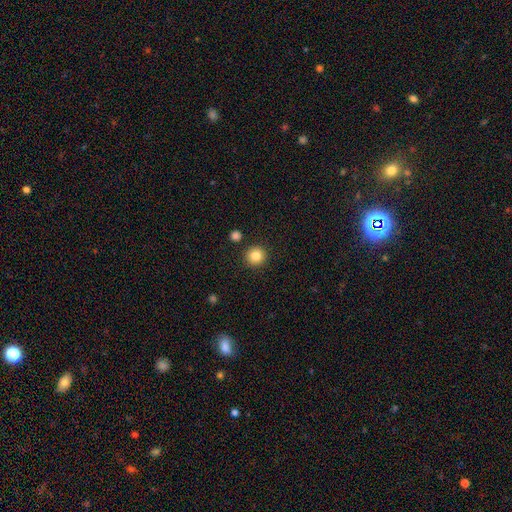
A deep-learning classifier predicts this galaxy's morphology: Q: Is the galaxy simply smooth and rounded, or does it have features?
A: smooth — 84%.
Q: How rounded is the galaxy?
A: round — 94%.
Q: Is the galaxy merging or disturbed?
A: none — 90%.